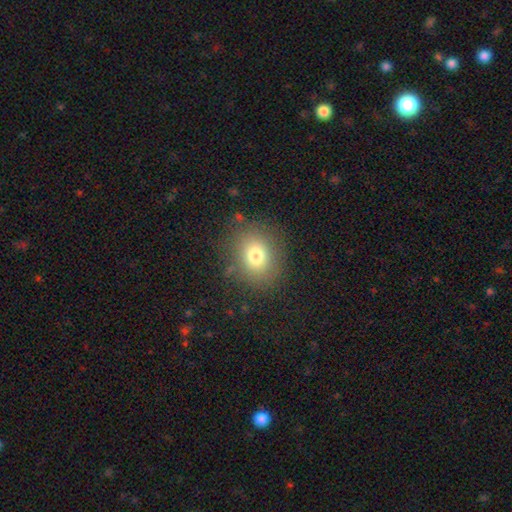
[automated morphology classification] type=smooth (77%); roundness=round (61%); merging=none (82%).